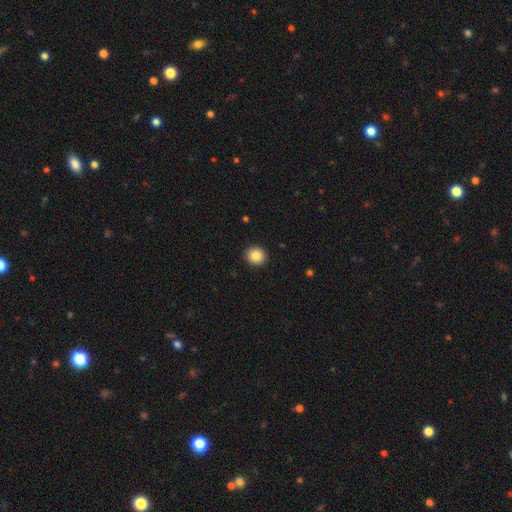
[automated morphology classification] Smooth or featured: smooth — 86% (star or artifact — 9%)
How rounded: round — 89% (in between — 10%)
Merging: none — 93% (minor disturbance — 5%)